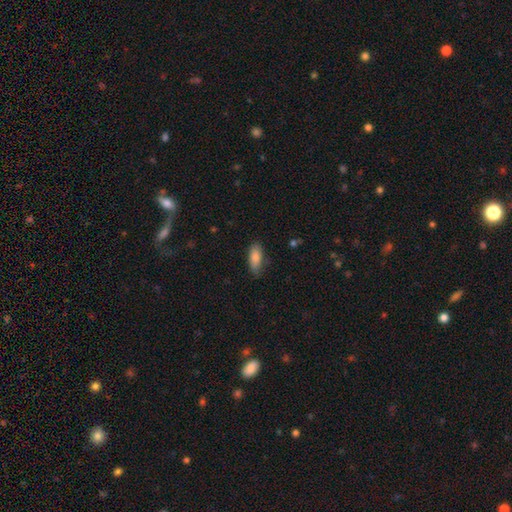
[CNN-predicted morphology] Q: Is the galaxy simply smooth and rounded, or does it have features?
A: smooth — 85%.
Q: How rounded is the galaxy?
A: in between — 80%.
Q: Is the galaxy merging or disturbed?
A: none — 77%.